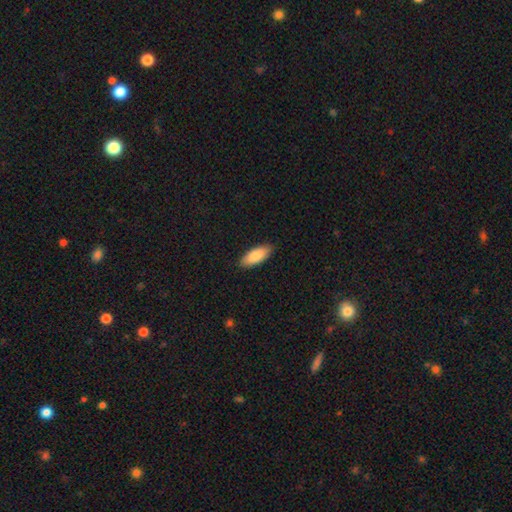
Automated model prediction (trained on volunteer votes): Smooth or featured? Predicted: smooth (p=0.85). How rounded? Predicted: in between (p=0.80). Merging? Predicted: none (p=0.89).